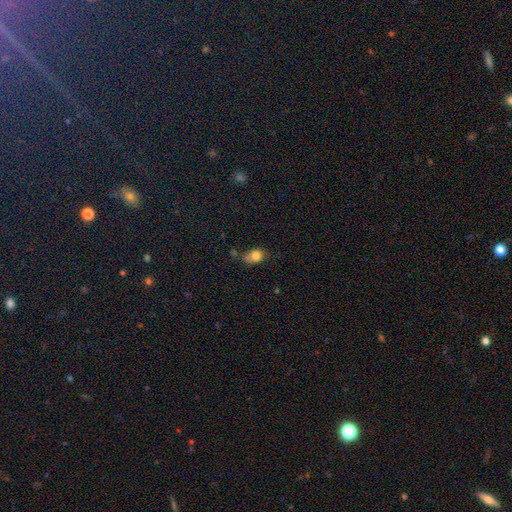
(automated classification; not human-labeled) A smooth galaxy with no disk features (80%) that is in between round and cigar-shaped (71%). Merging: none (44%).